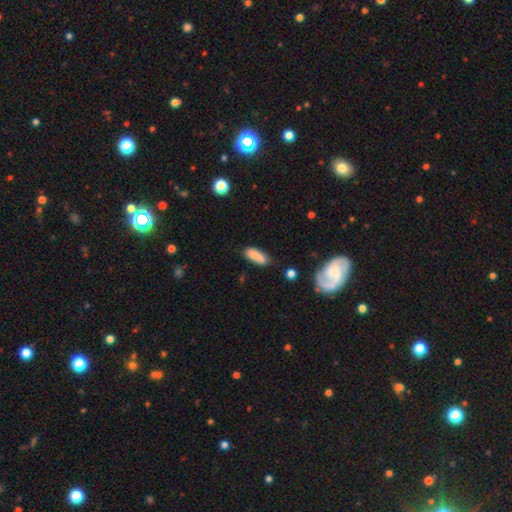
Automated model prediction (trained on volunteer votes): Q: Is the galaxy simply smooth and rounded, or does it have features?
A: smooth — 82%.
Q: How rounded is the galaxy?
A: in between — 74%.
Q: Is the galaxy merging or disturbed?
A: none — 69%.